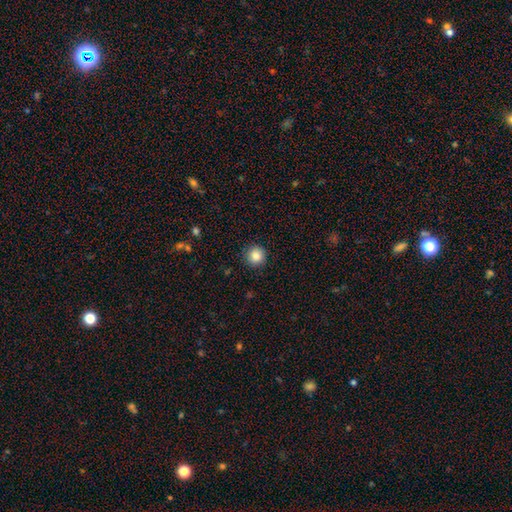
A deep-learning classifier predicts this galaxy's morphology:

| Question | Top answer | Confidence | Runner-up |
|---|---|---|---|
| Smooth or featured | smooth | 85% | star or artifact (10%) |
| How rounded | round | 94% | in between (5%) |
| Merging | none | 90% | minor disturbance (7%) |